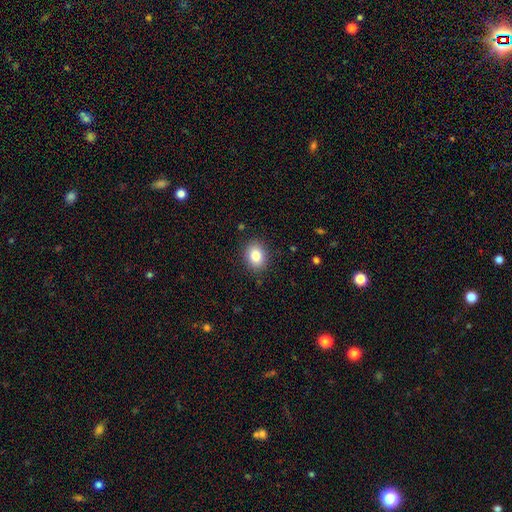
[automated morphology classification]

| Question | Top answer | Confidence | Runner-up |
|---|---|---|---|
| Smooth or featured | smooth | 83% | star or artifact (9%) |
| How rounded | in between | 51% | round (48%) |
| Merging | none | 88% | minor disturbance (8%) |